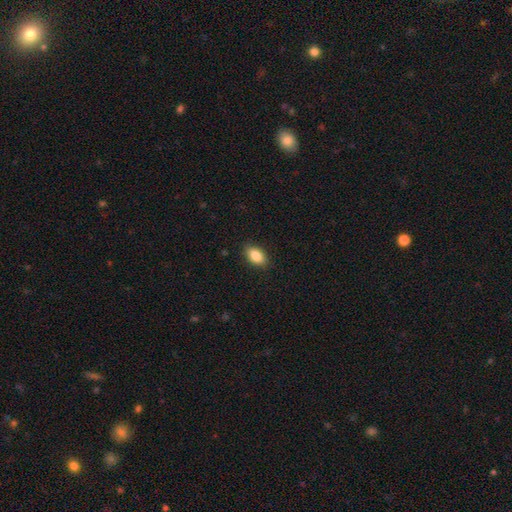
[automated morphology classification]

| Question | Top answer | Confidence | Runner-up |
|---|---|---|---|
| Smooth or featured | smooth | 86% | star or artifact (8%) |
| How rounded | in between | 90% | round (7%) |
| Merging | none | 88% | minor disturbance (9%) |